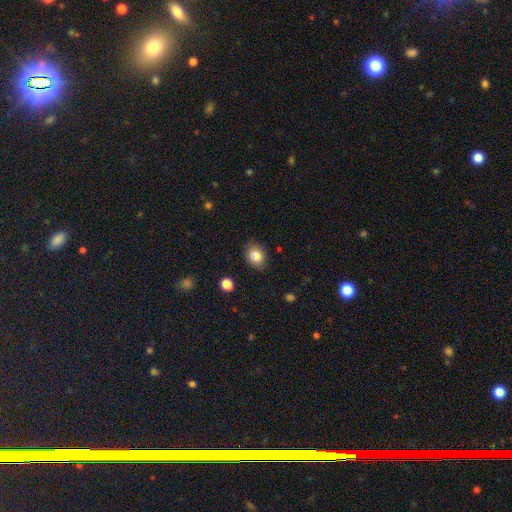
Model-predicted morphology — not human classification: The model was most divided on "how rounded": in between: 57%, round: 42%, cigar-shaped: 1%. More confident: smooth or featured — smooth (83%); merging — none (82%).